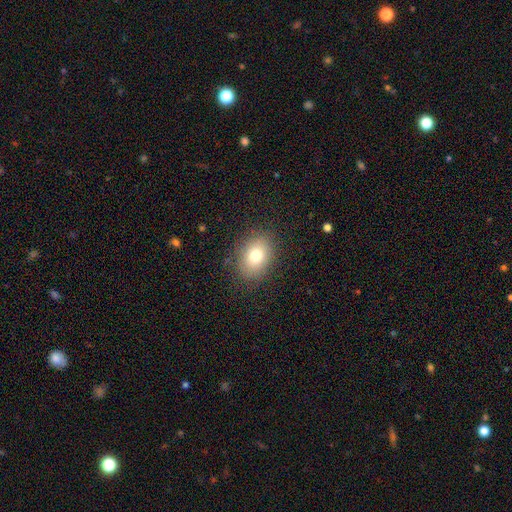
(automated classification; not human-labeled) smooth-or-featured: smooth: 77% | featured or disk: 12% | star or artifact: 11%
  how-rounded: in between: 67% | round: 31% | cigar-shaped: 1%
  merging: none: 85% | minor disturbance: 10% | major disturbance: 4% | merger: 1%